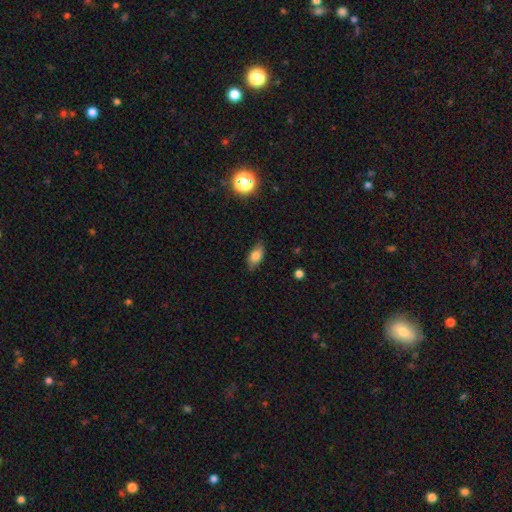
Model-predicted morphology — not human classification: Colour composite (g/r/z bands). It shows a smooth galaxy with no disk features (77%) that is in between round and cigar-shaped (87%). Merging: none (80%).